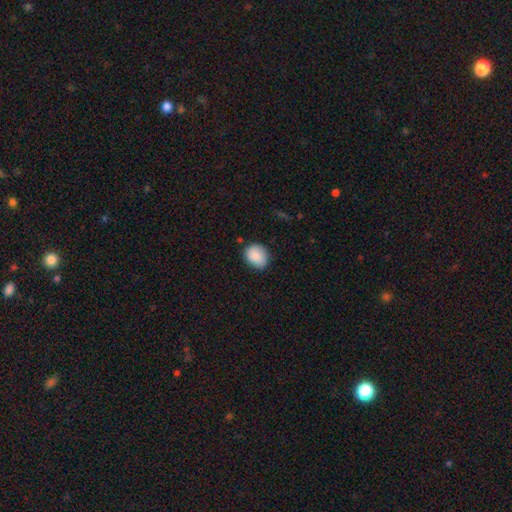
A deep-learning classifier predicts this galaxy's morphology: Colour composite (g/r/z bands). It shows a smooth galaxy with no disk features (87%) that is round (53%). Merging: none (80%).